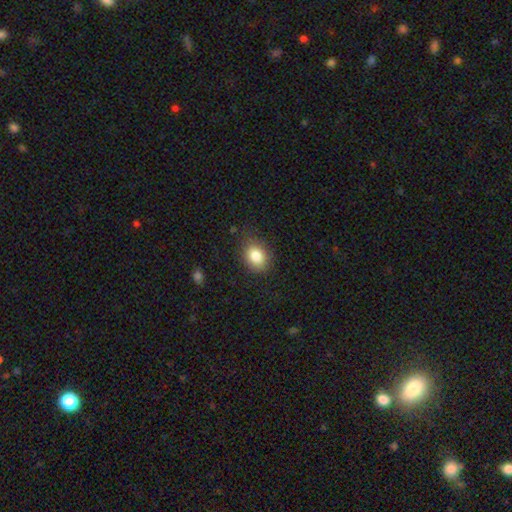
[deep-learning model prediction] smooth_or_featured: smooth (p=0.84) [alt: star or artifact p=0.09]
how_rounded: in between (p=0.56) [alt: round p=0.43]
merging: none (p=0.78) [alt: minor disturbance p=0.16]